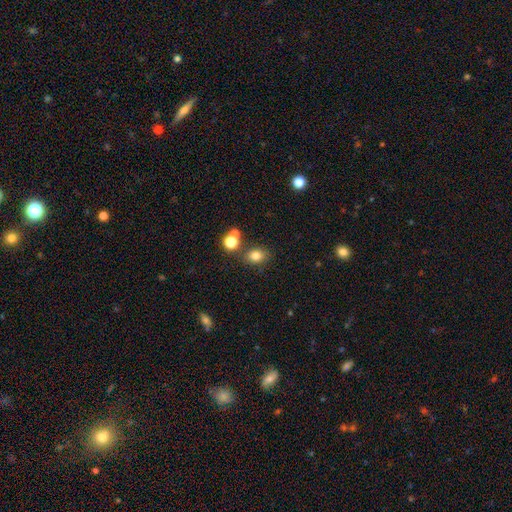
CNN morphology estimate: smooth 79%, star or artifact 13%, featured or disk 7%. Down the decision tree: how rounded — in between (51%); merging — none (73%).